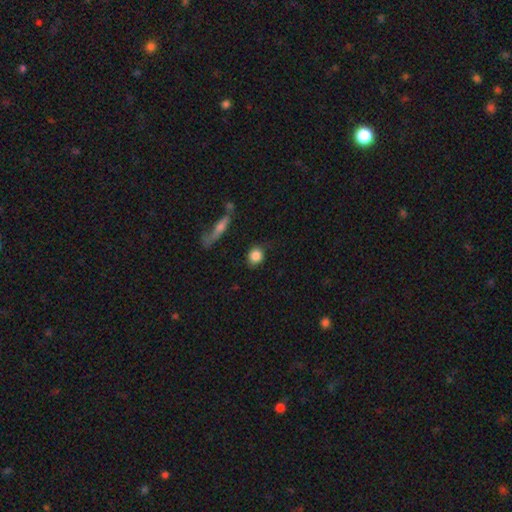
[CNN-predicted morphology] Smooth or featured? Predicted: smooth (p=0.85). How rounded? Predicted: round (p=0.79). Merging? Predicted: none (p=0.76).